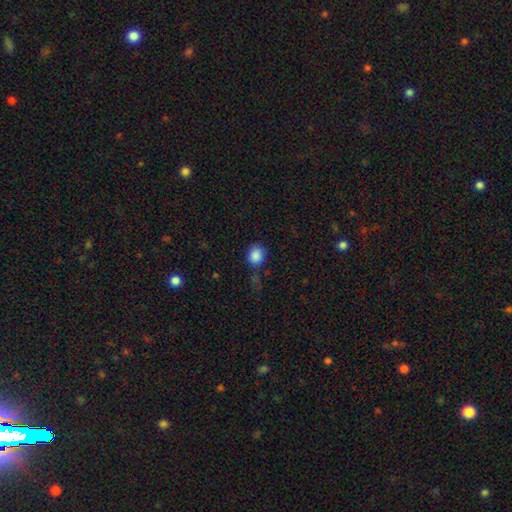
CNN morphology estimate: Smooth or featured: smooth — 86% (star or artifact — 10%)
How rounded: round — 65% (in between — 34%)
Merging: none — 65% (minor disturbance — 22%)